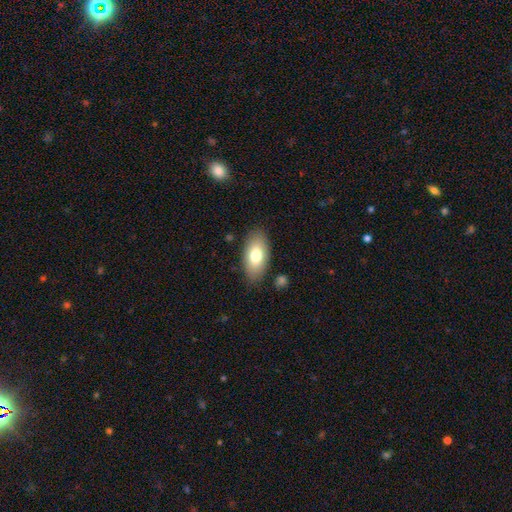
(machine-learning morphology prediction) type=smooth (75%); roundness=in between (92%); merging=none (84%).